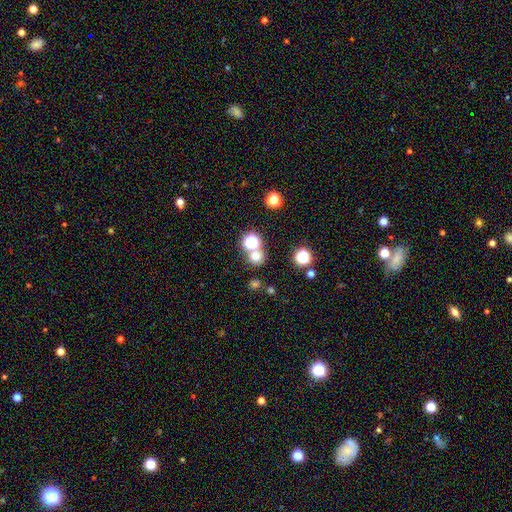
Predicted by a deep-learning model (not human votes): This is likely a smooth galaxy (64%). How rounded: clearly round (87%). Merging: likely none (64%).